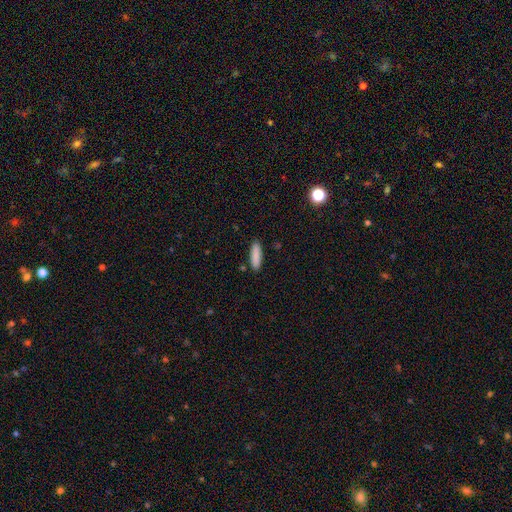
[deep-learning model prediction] A smooth galaxy with no disk features (87%) that is cigar-shaped (68%). Merging: none (89%).